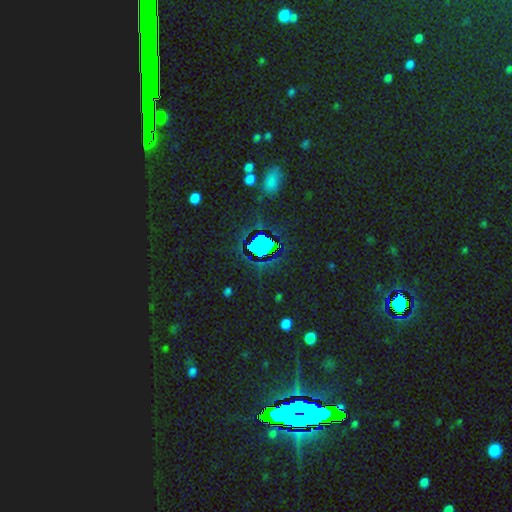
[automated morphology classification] Smooth or featured?
  - star or artifact: 81% *
  - smooth: 12%
  - featured or disk: 7%